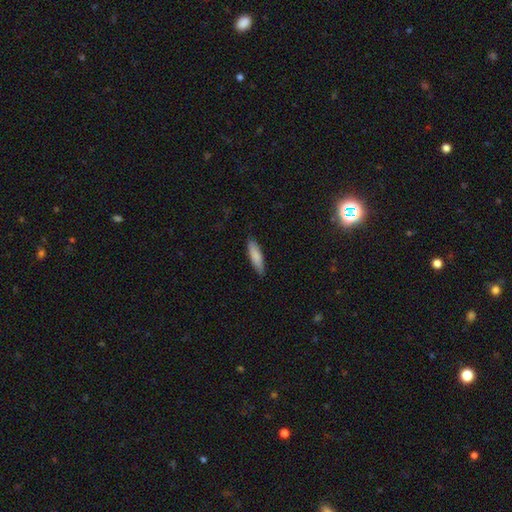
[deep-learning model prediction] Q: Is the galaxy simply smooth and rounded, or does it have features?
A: smooth — 84%.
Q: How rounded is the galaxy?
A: cigar-shaped — 63%.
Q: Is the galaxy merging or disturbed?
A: none — 86%.